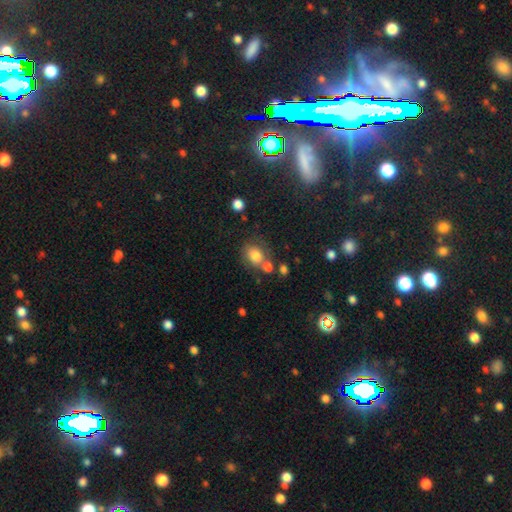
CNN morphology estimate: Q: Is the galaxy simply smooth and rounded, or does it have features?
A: smooth — 80%.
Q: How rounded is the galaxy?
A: round — 53%.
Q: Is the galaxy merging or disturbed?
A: none — 57%.